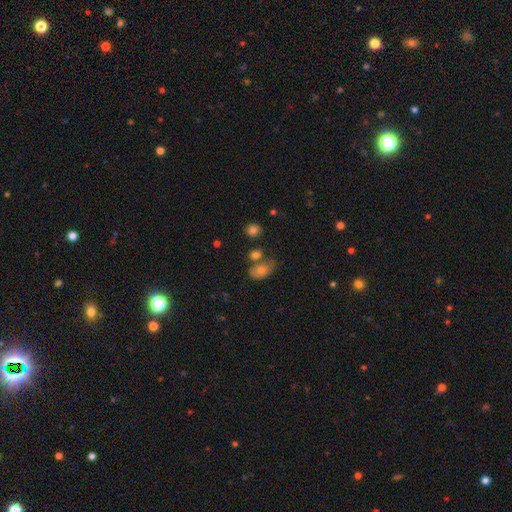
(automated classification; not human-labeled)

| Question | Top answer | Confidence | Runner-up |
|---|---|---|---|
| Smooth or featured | smooth | 63% | featured or disk (18%) |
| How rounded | in between | 58% | round (40%) |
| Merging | none | 51% | merger (21%) |